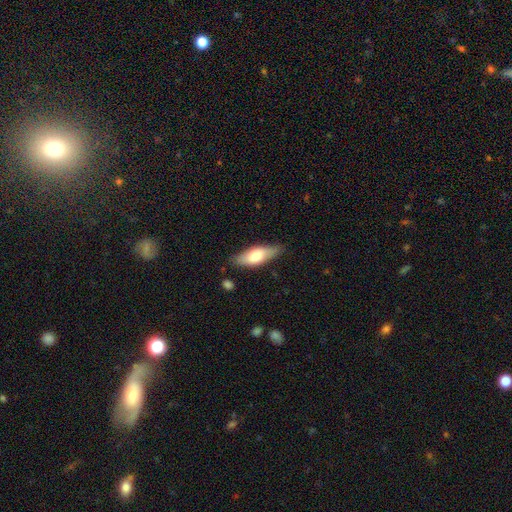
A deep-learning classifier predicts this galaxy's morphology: Smooth or featured? smooth (64%)
How rounded? in between (64%)
Merging? none (79%)